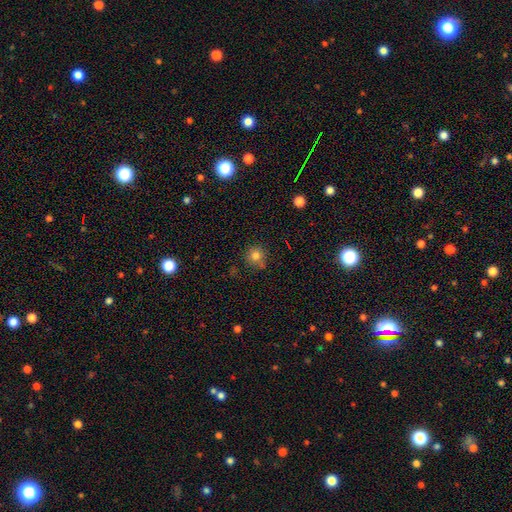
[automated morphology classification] Smooth or featured?
  - smooth: 80% *
  - star or artifact: 13%
  - featured or disk: 7%
How rounded?
  - round: 90% *
  - in between: 9%
  - cigar-shaped: 1%
Merging?
  - none: 74% *
  - minor disturbance: 16%
  - merger: 6%
  - major disturbance: 4%